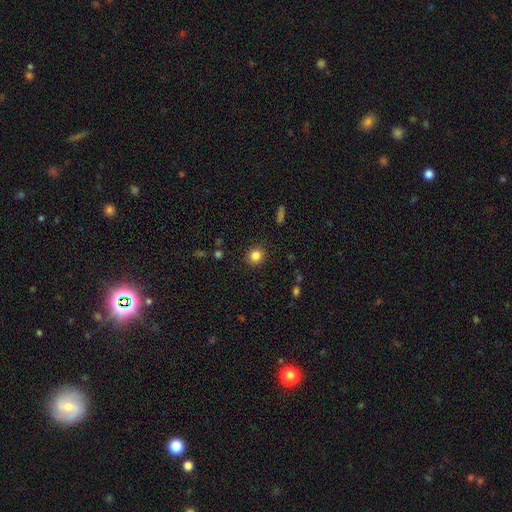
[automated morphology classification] This is clearly a smooth galaxy (84%). How rounded: clearly round (86%). Merging: clearly none (89%).